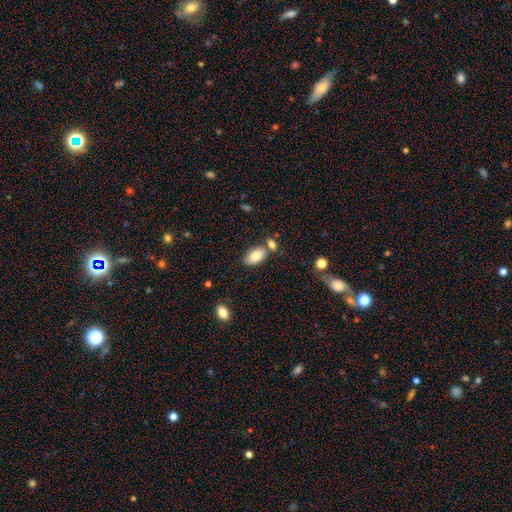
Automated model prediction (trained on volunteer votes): smooth-or-featured: smooth: 81% | featured or disk: 12% | star or artifact: 7%
  how-rounded: in between: 94% | round: 4% | cigar-shaped: 2%
  merging: none: 67% | merger: 17% | minor disturbance: 12% | major disturbance: 3%